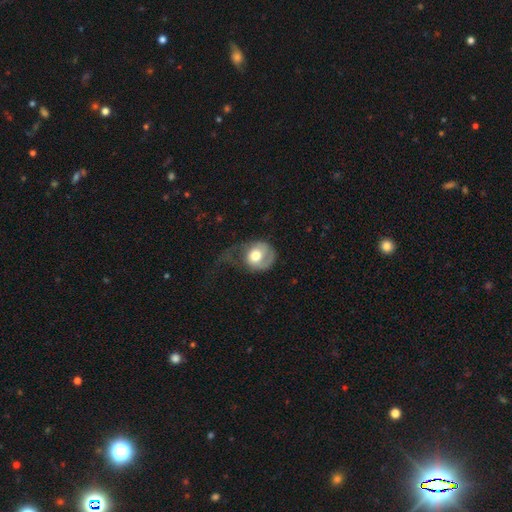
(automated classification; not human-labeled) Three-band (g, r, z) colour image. It shows a smooth galaxy with no disk features (53%) that is round (70%). Merging: major disturbance (48%).